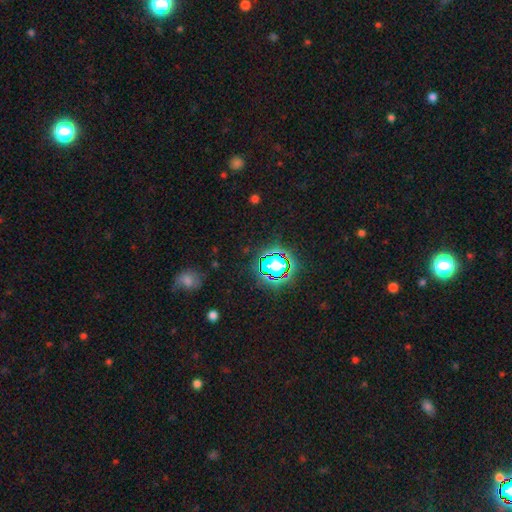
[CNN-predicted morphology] This is likely a star or artifact rather than a galaxy (78%).